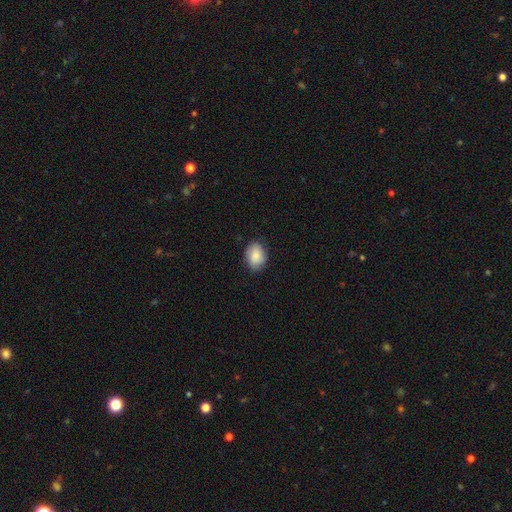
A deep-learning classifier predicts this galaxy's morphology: smooth_or_featured: smooth (p=0.84) [alt: featured or disk p=0.09]
how_rounded: in between (p=0.71) [alt: round p=0.28]
merging: none (p=0.82) [alt: minor disturbance p=0.15]